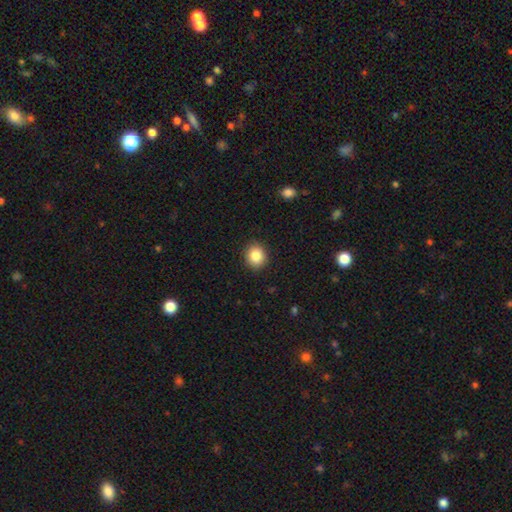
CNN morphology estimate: smooth 85%, star or artifact 9%, featured or disk 6%. Down the decision tree: how rounded — round (78%); merging — none (90%).